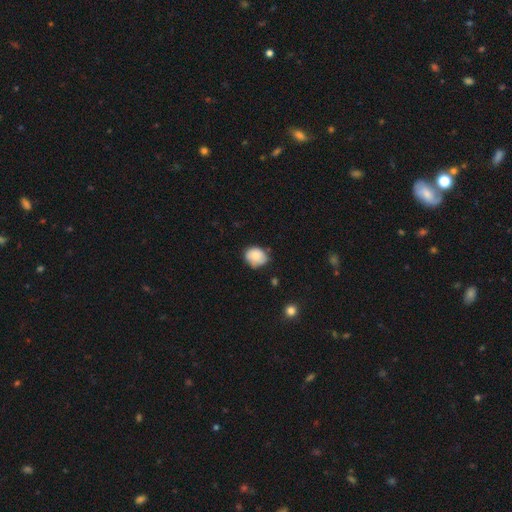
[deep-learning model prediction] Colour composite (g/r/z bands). It shows a smooth galaxy with no disk features (81%) that is round (57%). Merging: none (64%).